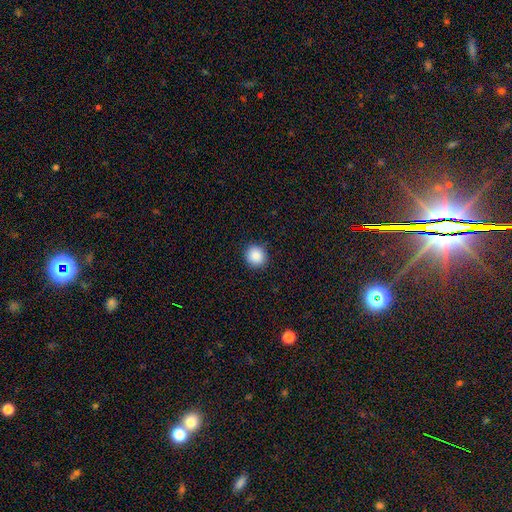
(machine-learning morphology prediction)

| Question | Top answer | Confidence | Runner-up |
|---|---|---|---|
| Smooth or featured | smooth | 88% | star or artifact (9%) |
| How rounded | round | 91% | in between (8%) |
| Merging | none | 91% | minor disturbance (6%) |